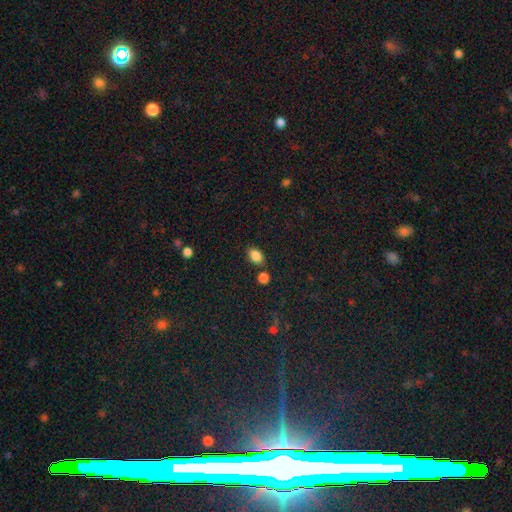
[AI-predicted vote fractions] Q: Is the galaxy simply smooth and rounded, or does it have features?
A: smooth — 86%.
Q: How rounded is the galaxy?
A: in between — 82%.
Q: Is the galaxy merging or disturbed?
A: none — 76%.